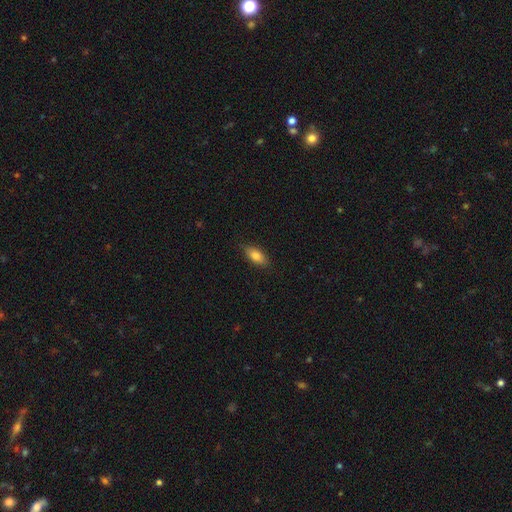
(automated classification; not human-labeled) smooth-or-featured: smooth: 80% | featured or disk: 13% | star or artifact: 7%
  how-rounded: in between: 84% | cigar-shaped: 13% | round: 3%
  merging: none: 85% | minor disturbance: 12% | major disturbance: 2% | merger: 1%